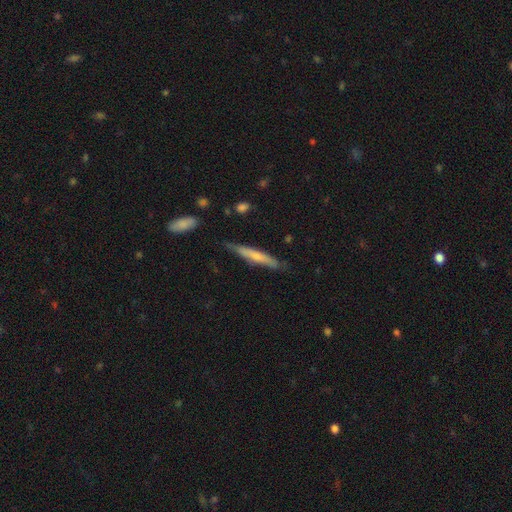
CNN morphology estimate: This appears to be a smooth galaxy with no disk features (56%) that is cigar-shaped (93%). Merging: none (78%).